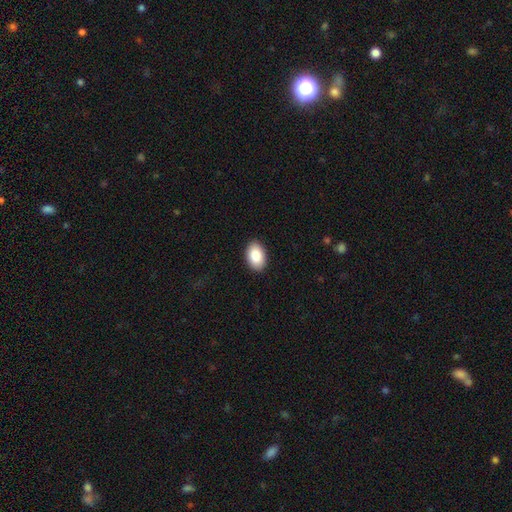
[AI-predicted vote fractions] This appears to be a smooth galaxy with no disk features (90%) that is in between round and cigar-shaped (92%). Merging: none (90%).